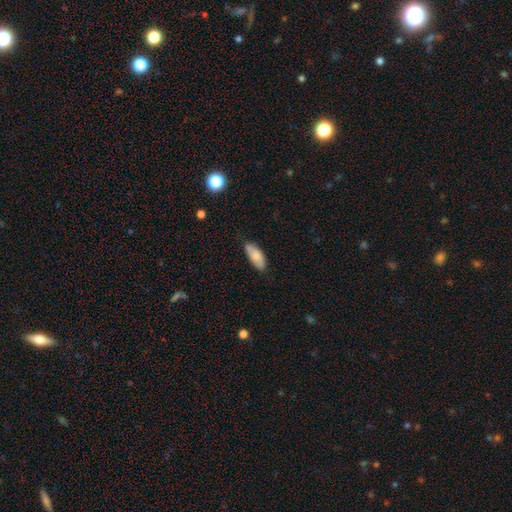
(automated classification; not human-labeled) Morphology: type=smooth (80%); roundness=in between (83%); merging=none (79%).